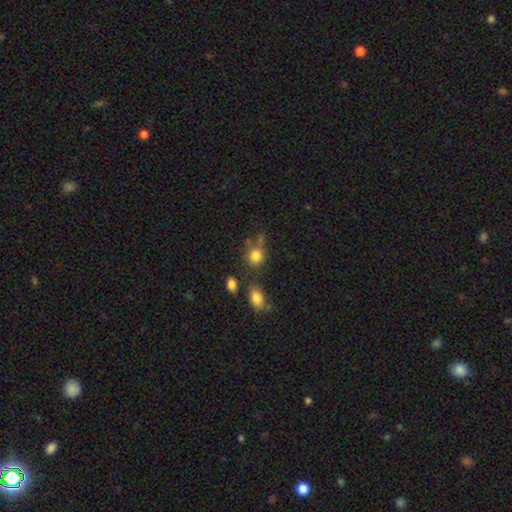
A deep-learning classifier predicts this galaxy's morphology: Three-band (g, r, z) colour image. It shows a smooth galaxy with no disk features (80%) that is round (78%). Merging: none (56%).